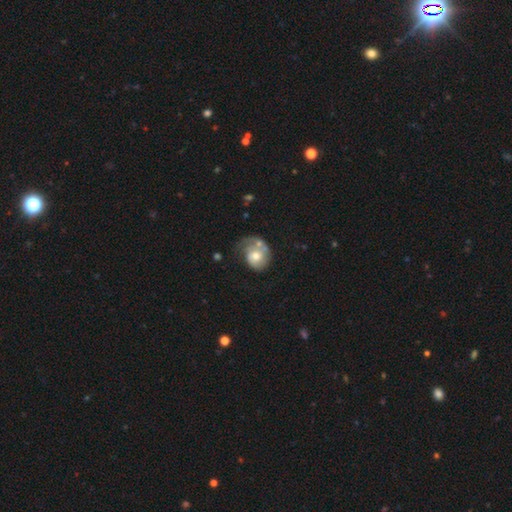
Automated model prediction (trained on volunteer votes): Smooth or featured: featured or disk — 54% (smooth — 40%)
Edge-on disk: no — 97% (yes — 3%)
Bar: no — 80% (weak — 17%)
Spiral arms: yes — 73% (no — 27%)
Bulge size: moderate — 66% (small — 22%)
Merging: none — 32% (major disturbance — 30%)